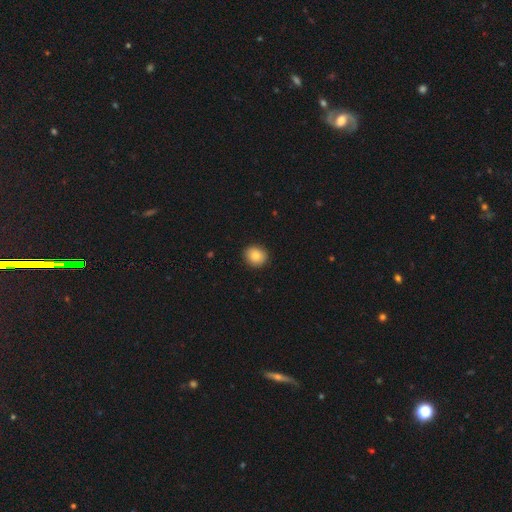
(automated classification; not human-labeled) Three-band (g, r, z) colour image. It shows a smooth galaxy with no disk features (84%) that is round (79%). Merging: none (90%).